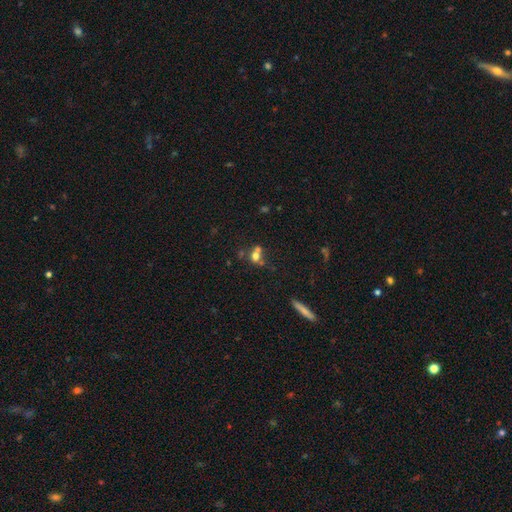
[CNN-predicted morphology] A smooth galaxy with no disk features (65%) that is round (60%).

Vote fractions:
- Smooth or featured? smooth: 65% / featured or disk: 19% / star or artifact: 16%
- How rounded? round: 60% / in between: 37% / cigar-shaped: 3%
- Merging? merger: 47% / none: 34% / minor disturbance: 11% / major disturbance: 8%